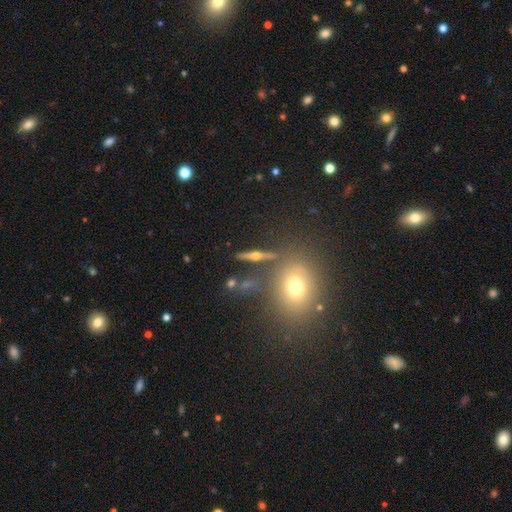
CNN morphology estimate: Smooth or featured? featured or disk (66%)
Edge-on disk? yes (92%)
Edge-on bulge? rounded (95%)
Merging? none (82%)